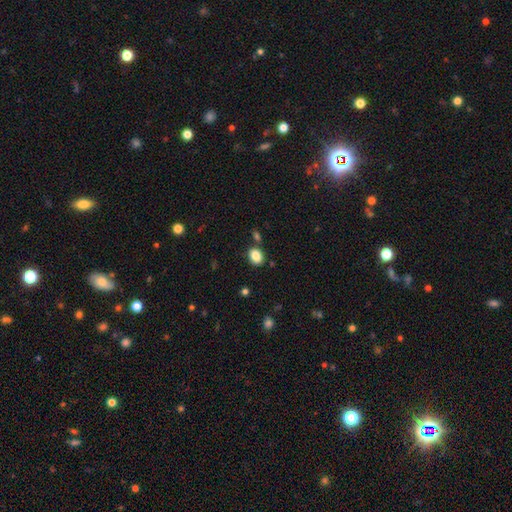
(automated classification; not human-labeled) Smooth or featured? Predicted: smooth (p=0.86). How rounded? Predicted: in between (p=0.67). Merging? Predicted: none (p=0.79).